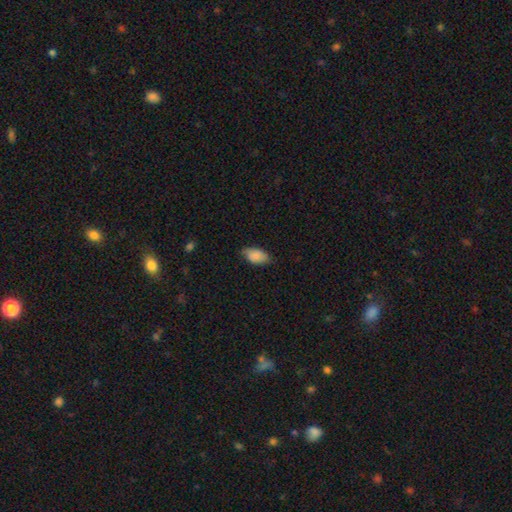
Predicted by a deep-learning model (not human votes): smooth-or-featured: smooth: 87% | star or artifact: 7% | featured or disk: 7%
  how-rounded: in between: 93% | round: 4% | cigar-shaped: 3%
  merging: none: 73% | minor disturbance: 22% | major disturbance: 4% | merger: 1%